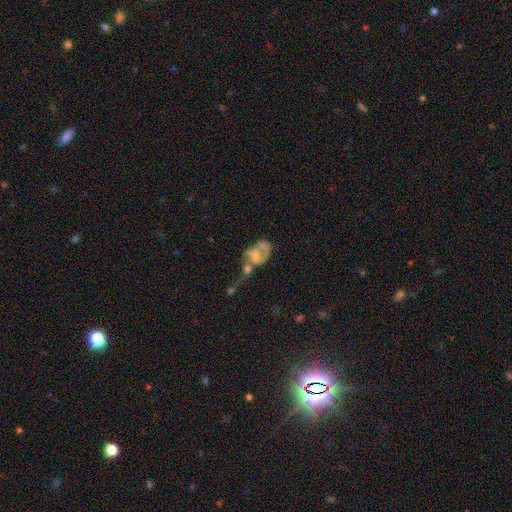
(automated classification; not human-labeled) Smooth or featured? featured or disk (64%)
Edge-on disk? no (98%)
Bar? no (67%)
Spiral arms? yes (67%)
Bulge size? none (40%)
Merging? merger (46%)